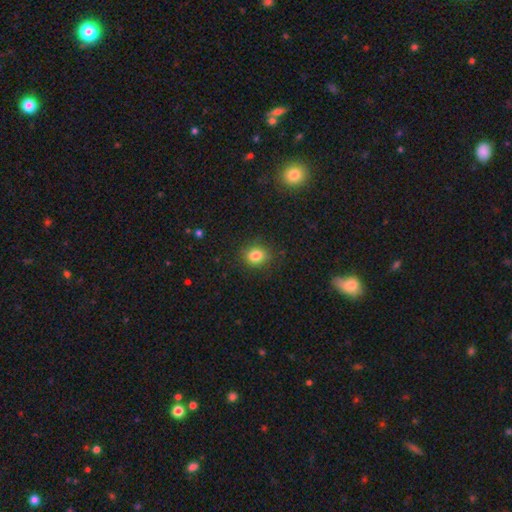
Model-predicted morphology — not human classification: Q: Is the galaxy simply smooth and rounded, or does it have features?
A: smooth — 83%.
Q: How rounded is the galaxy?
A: round — 68%.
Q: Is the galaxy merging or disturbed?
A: none — 85%.